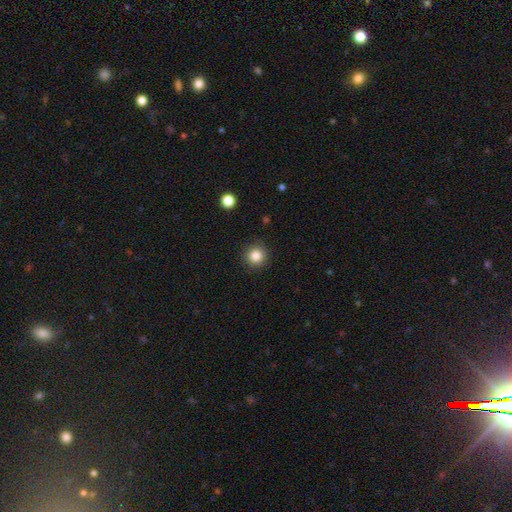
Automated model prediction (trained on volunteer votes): The model was most divided on "smooth or featured": smooth: 84%, star or artifact: 11%, featured or disk: 5%. More confident: how rounded — round (94%); merging — none (90%).